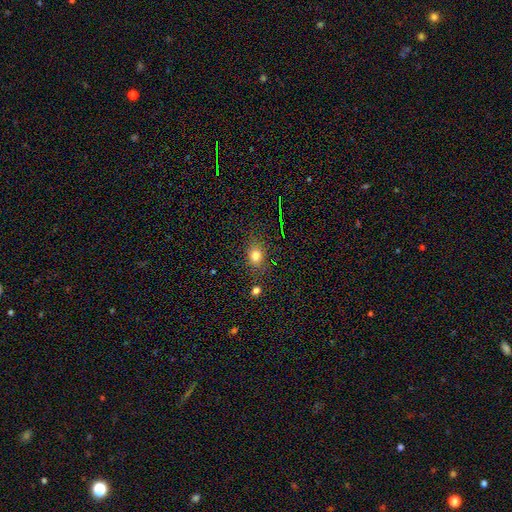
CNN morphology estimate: A smooth galaxy with no disk features (76%) that is in between round and cigar-shaped (51%).

Vote fractions:
- Smooth or featured? smooth: 76% / star or artifact: 16% / featured or disk: 8%
- How rounded? in between: 51% / round: 47% / cigar-shaped: 2%
- Merging? none: 78% / minor disturbance: 13% / major disturbance: 4% / merger: 4%